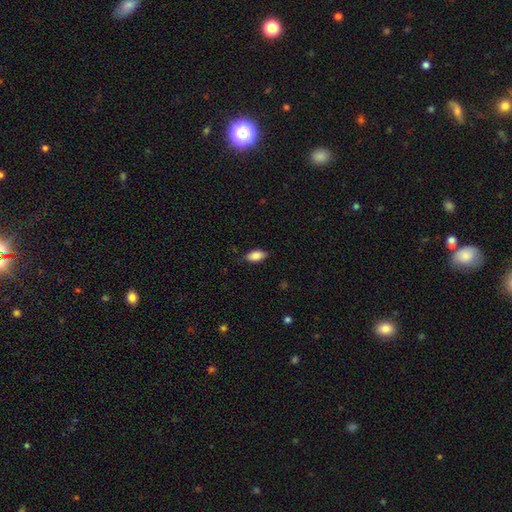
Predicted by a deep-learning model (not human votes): smooth_or_featured: smooth (p=0.86) [alt: featured or disk p=0.07]
how_rounded: in between (p=0.91) [alt: cigar-shaped p=0.06]
merging: none (p=0.82) [alt: minor disturbance p=0.14]